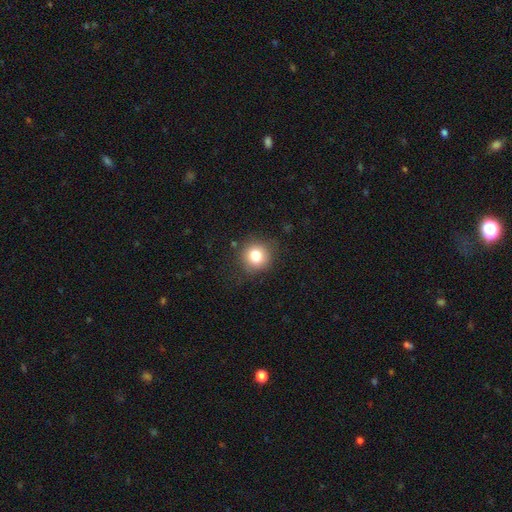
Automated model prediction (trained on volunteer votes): Overall: smooth (80%). How rounded: round (90%). Merging: none (84%).